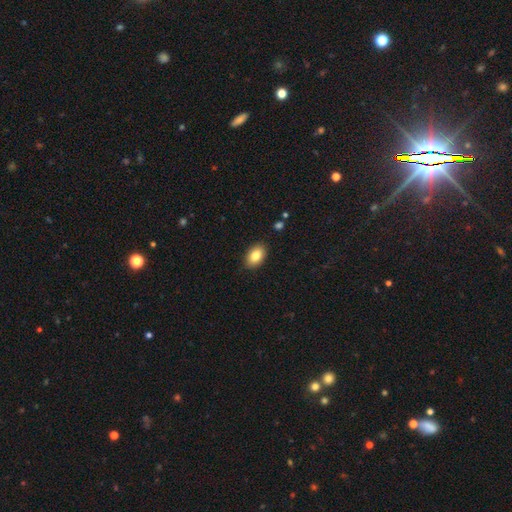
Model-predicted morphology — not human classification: Smooth or featured?
  - smooth: 84% *
  - featured or disk: 9%
  - star or artifact: 8%
How rounded?
  - in between: 89% *
  - round: 10%
  - cigar-shaped: 1%
Merging?
  - none: 88% *
  - minor disturbance: 9%
  - major disturbance: 2%
  - merger: 1%